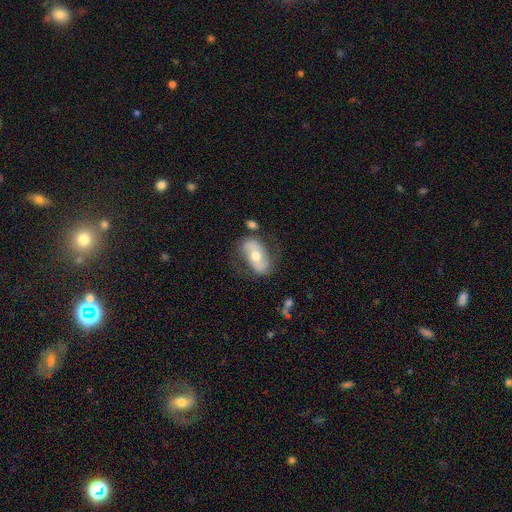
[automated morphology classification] Overall: featured or disk (58%; smooth 35%). Edge-on disk: no (91%). Bar: no (49%; strong 25%). Spiral arms: yes (69%; no 31%). Bulge size: moderate (71%). Merging: none (68%).